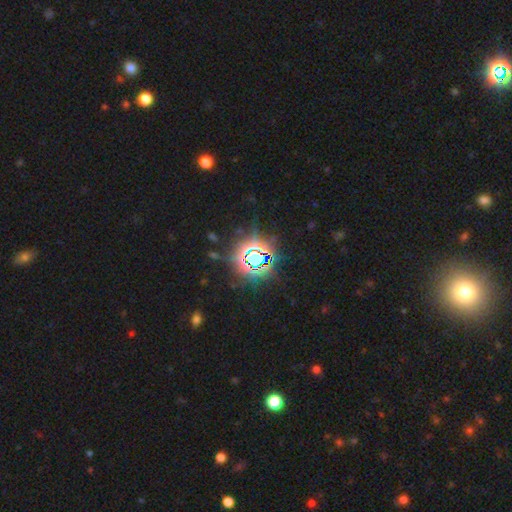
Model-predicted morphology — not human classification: star or artifact 79%, smooth 12%, featured or disk 9%.